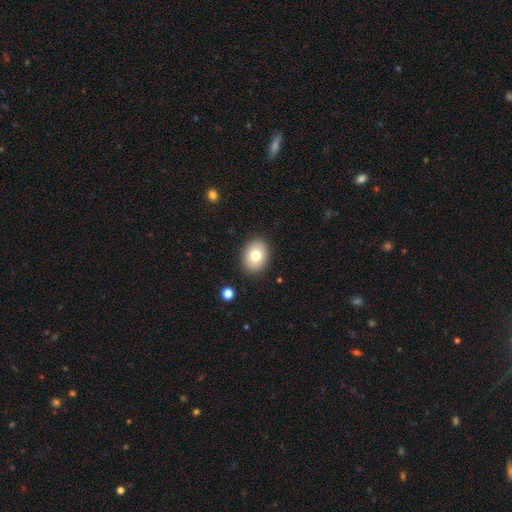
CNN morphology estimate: Smooth or featured: smooth — 78% (featured or disk — 13%)
How rounded: in between — 58% (round — 41%)
Merging: none — 89% (minor disturbance — 8%)